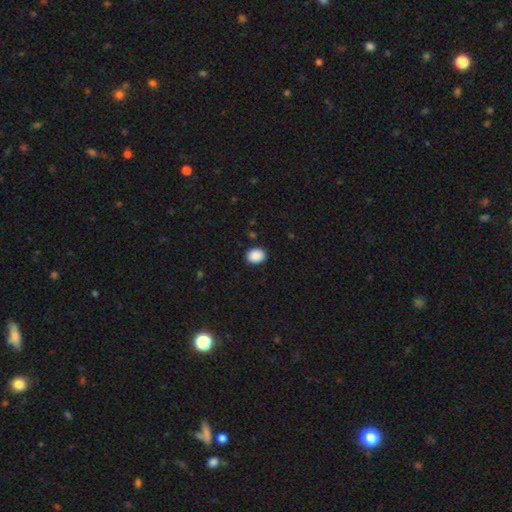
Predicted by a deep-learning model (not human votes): Smooth or featured: smooth — 90% (star or artifact — 8%)
How rounded: in between — 60% (round — 39%)
Merging: none — 90% (minor disturbance — 7%)